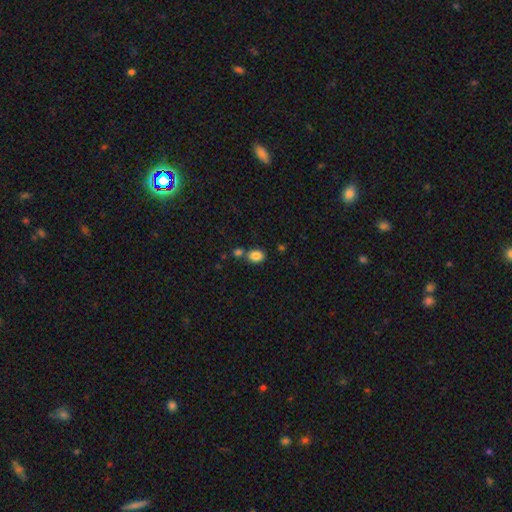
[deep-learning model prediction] The model was most divided on "how rounded": in between: 66%, round: 33%, cigar-shaped: 1%. More confident: smooth or featured — smooth (86%); merging — none (64%).